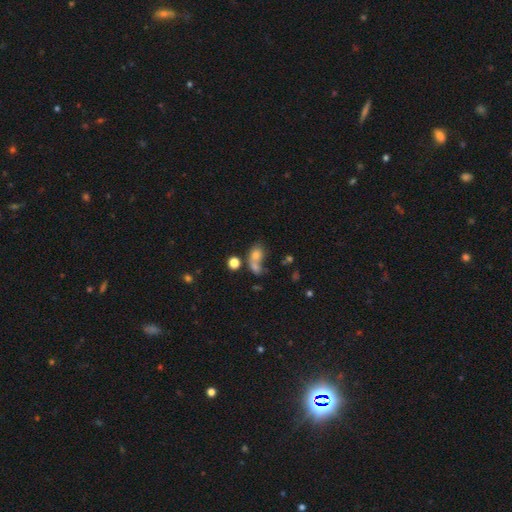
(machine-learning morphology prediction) smooth_or_featured: smooth (p=0.72) [alt: featured or disk p=0.14]
how_rounded: in between (p=0.57) [alt: round p=0.40]
merging: merger (p=0.51) [alt: none p=0.30]